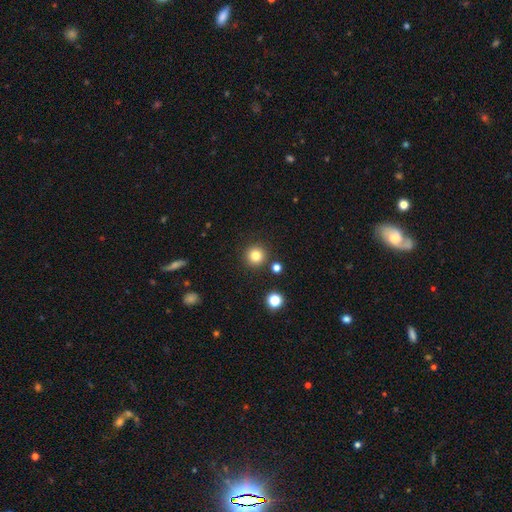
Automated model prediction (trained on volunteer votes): Overall: smooth (81%). How rounded: round (95%). Merging: none (89%).